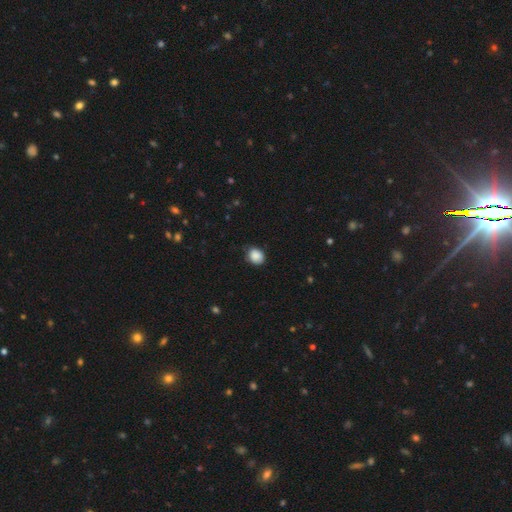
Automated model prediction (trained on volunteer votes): A smooth galaxy with no disk features (87%) that is round (60%).

Vote fractions:
- Smooth or featured? smooth: 87% / star or artifact: 8% / featured or disk: 4%
- How rounded? round: 60% / in between: 39% / cigar-shaped: 1%
- Merging? none: 74% / minor disturbance: 21% / major disturbance: 4% / merger: 1%